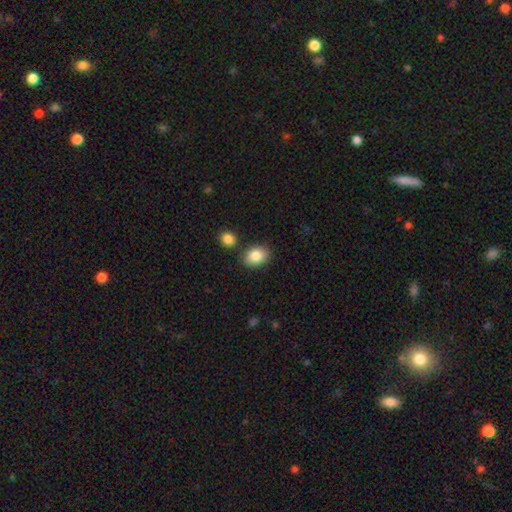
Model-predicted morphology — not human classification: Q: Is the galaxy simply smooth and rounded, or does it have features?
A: smooth — 86%.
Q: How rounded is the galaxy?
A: in between — 70%.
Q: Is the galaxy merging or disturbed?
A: none — 80%.